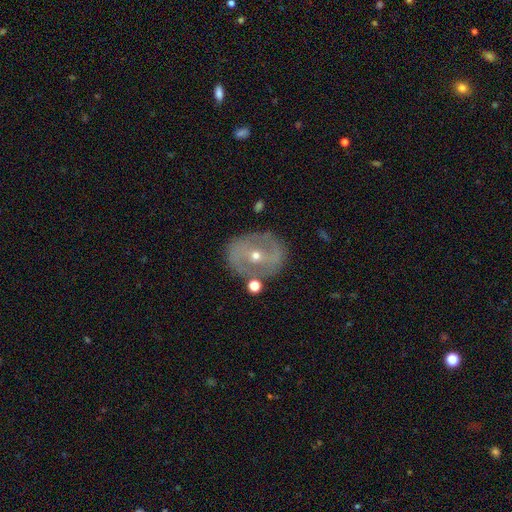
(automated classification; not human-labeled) smooth-or-featured: featured or disk: 72% | smooth: 20% | star or artifact: 8%
  disk-edge-on: no: 95% | yes: 5%
    bar: no: 35% | weak: 34% | strong: 31%
    has-spiral-arms: yes: 58% | no: 42%
    bulge-size: small: 54% | moderate: 44% | large: 1% | none: 1% | dominant: 1%
  merging: none: 77% | minor disturbance: 13% | major disturbance: 5% | merger: 4%